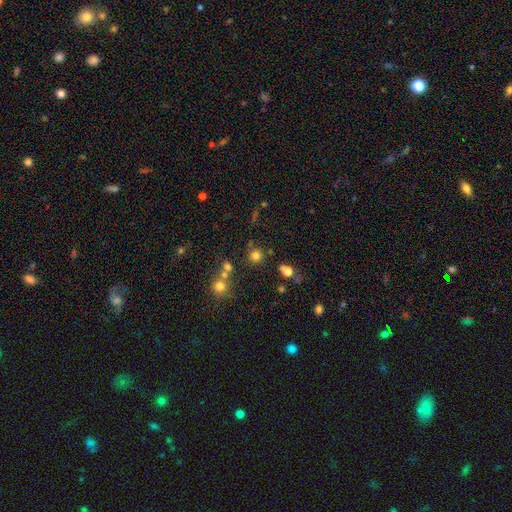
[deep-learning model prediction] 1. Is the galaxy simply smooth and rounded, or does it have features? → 74% smooth, 18% star or artifact, 7% featured or disk.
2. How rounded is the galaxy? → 90% round, 9% in between, 1% cigar-shaped.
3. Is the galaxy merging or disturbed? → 75% none, 12% merger, 9% minor disturbance, 4% major disturbance.